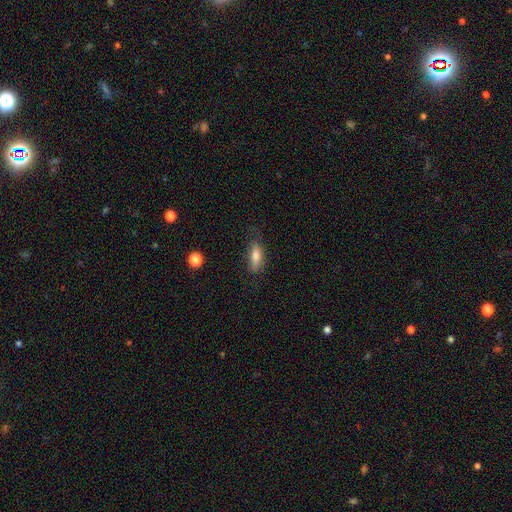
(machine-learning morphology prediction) Smooth or featured?
  - smooth: 75% *
  - featured or disk: 17%
  - star or artifact: 8%
How rounded?
  - in between: 64% *
  - cigar-shaped: 33%
  - round: 3%
Merging?
  - none: 65% *
  - minor disturbance: 25%
  - major disturbance: 9%
  - merger: 2%